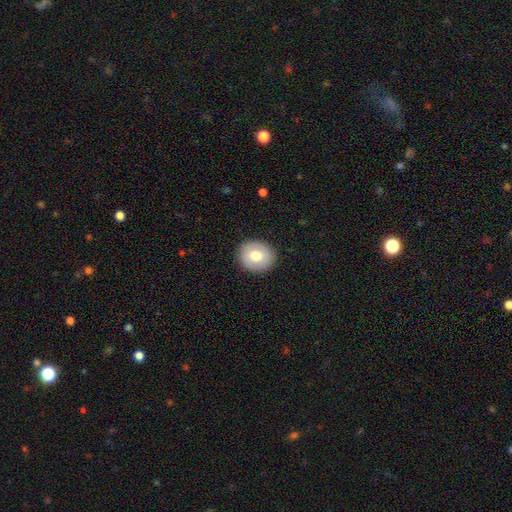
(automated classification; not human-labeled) Smooth or featured?
  - smooth: 73% *
  - featured or disk: 20%
  - star or artifact: 7%
How rounded?
  - round: 72% *
  - in between: 28%
  - cigar-shaped: 1%
Merging?
  - none: 90% *
  - minor disturbance: 7%
  - major disturbance: 2%
  - merger: 1%